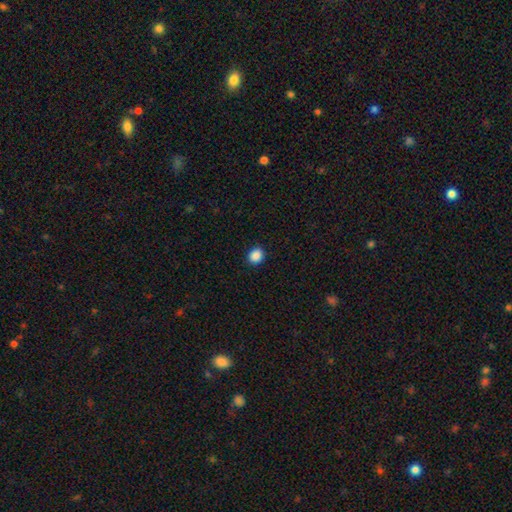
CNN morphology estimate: Smooth or featured? smooth (88%)
How rounded? round (75%)
Merging? none (91%)